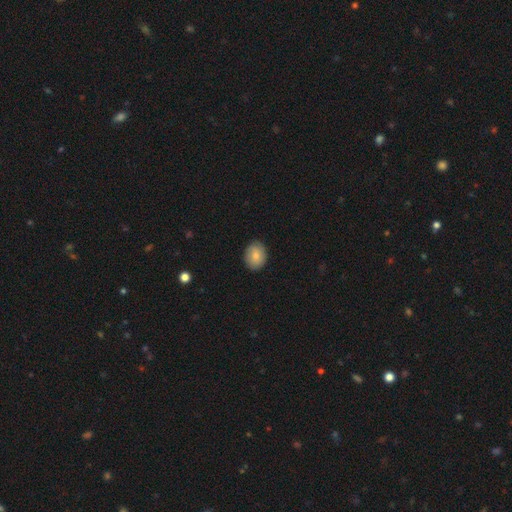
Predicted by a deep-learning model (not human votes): This appears to be a smooth galaxy with no disk features (80%) that is in between round and cigar-shaped (56%). Merging: none (85%).